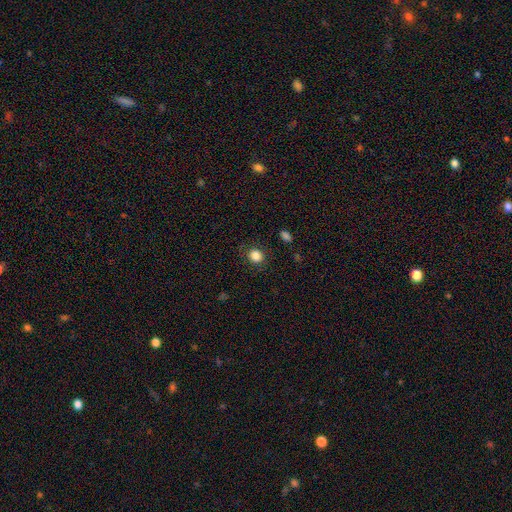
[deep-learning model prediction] A smooth galaxy with no disk features (85%) that is round (78%). Merging: none (87%).